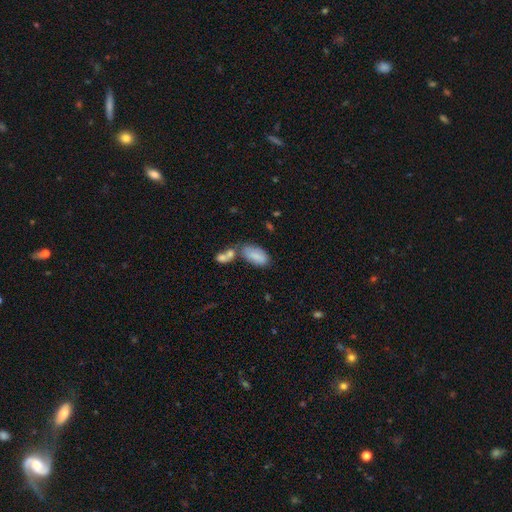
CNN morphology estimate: type=smooth (82%); roundness=in between (92%); merging=none (41%).